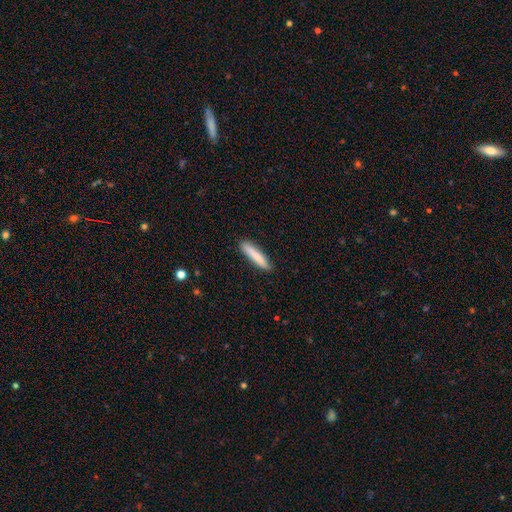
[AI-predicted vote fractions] The model was most divided on "smooth or featured": smooth: 83%, featured or disk: 11%, star or artifact: 6%. More confident: merging — none (88%); how rounded — cigar-shaped (88%).